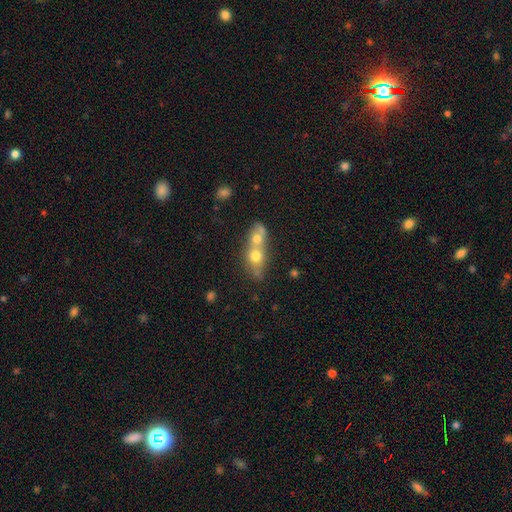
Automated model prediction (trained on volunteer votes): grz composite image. It shows a smooth galaxy with no disk features (62%) that is round (49%). Merging: merger (72%).